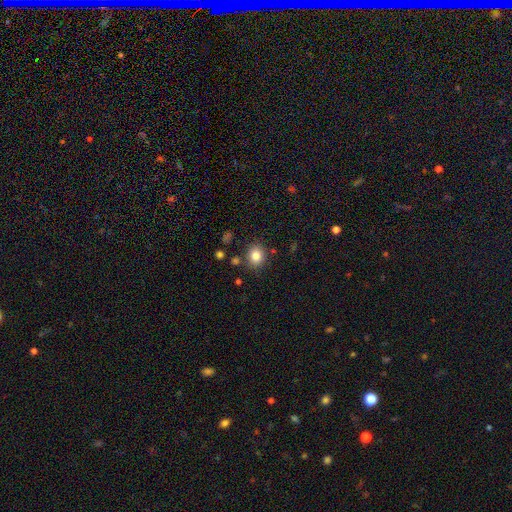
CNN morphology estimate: A smooth galaxy with no disk features (84%) that is round (66%). Merging: none (84%).